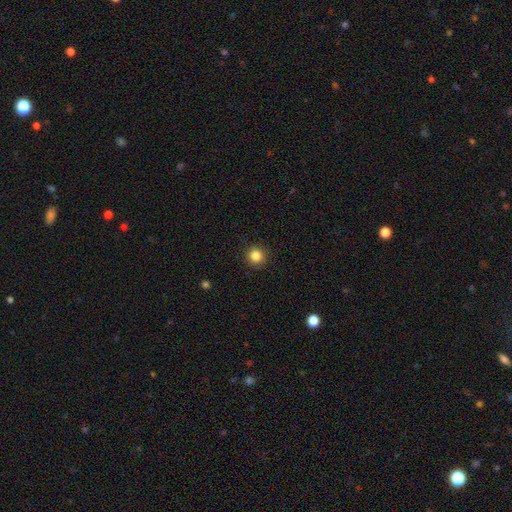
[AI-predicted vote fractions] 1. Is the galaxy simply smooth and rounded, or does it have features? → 85% smooth, 11% star or artifact, 4% featured or disk.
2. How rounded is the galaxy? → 94% round, 5% in between, 1% cigar-shaped.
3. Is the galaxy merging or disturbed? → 92% none, 5% minor disturbance, 2% major disturbance, 1% merger.